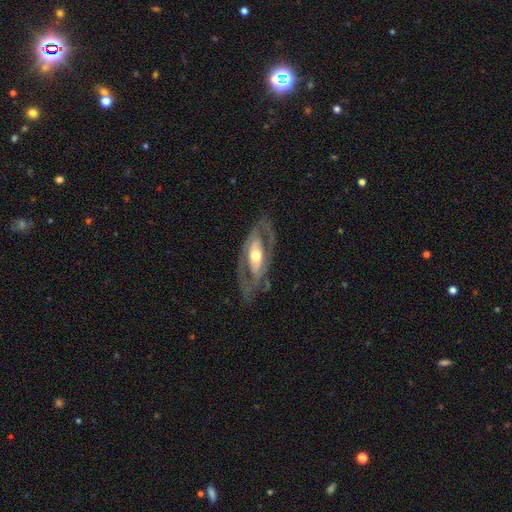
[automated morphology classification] A featured or disk galaxy (84%) with no bar (48%), 2 (81%) medium (42%, tied with tight) spiral arms (78%) and a moderate central bulge (69%). Merging: none (72%).